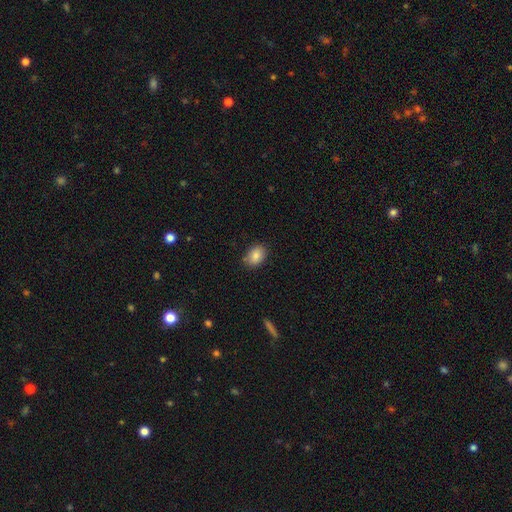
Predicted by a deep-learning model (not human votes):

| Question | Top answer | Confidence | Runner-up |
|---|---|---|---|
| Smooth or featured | smooth | 85% | star or artifact (8%) |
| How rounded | in between | 74% | round (25%) |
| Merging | none | 80% | minor disturbance (15%) |